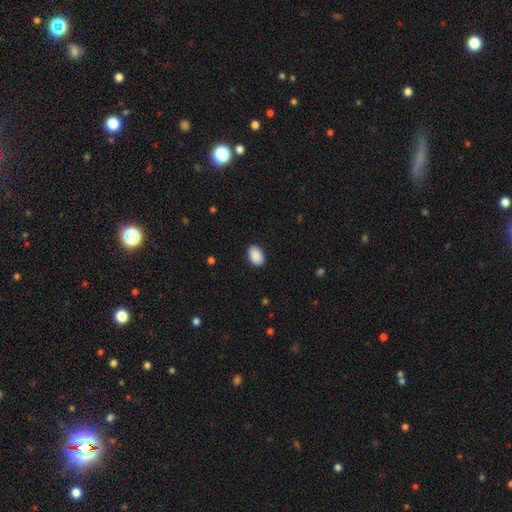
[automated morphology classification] smooth-or-featured: smooth: 91% | star or artifact: 7% | featured or disk: 3%
  how-rounded: in between: 90% | round: 9% | cigar-shaped: 1%
  merging: none: 89% | minor disturbance: 8% | major disturbance: 2% | merger: 1%